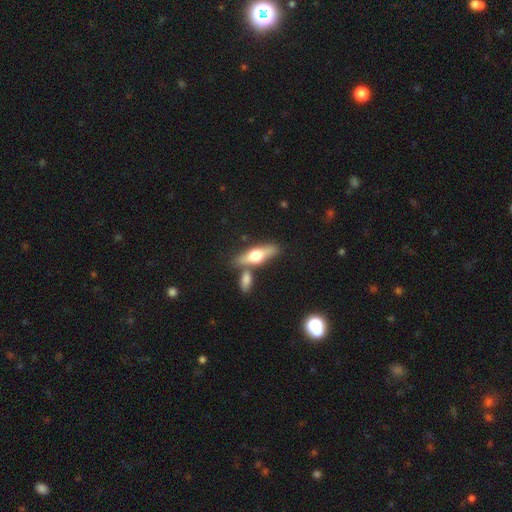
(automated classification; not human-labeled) Smooth or featured: featured or disk — 55% (smooth — 39%)
Edge-on disk: yes — 90% (no — 10%)
Merging: none — 67% (merger — 20%)